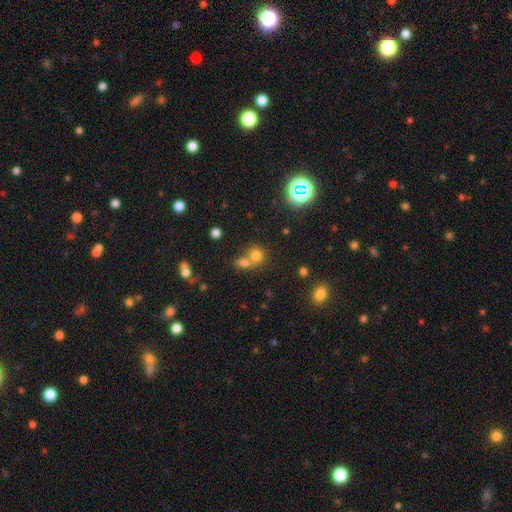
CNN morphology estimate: A smooth galaxy with no disk features (71%) that is round (78%). Merging: merger (53%).